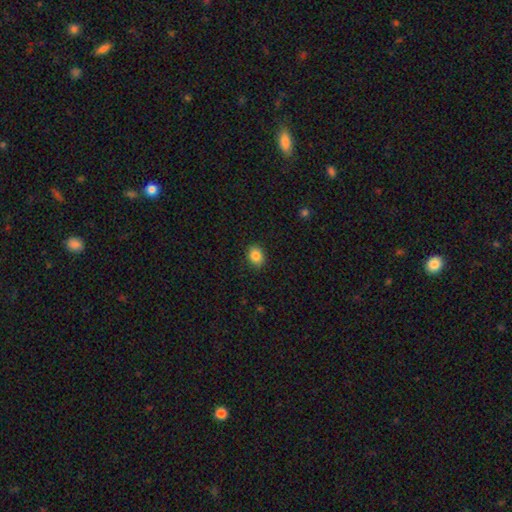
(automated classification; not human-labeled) Morphology: type=smooth (85%); roundness=in between (54%); merging=none (88%).